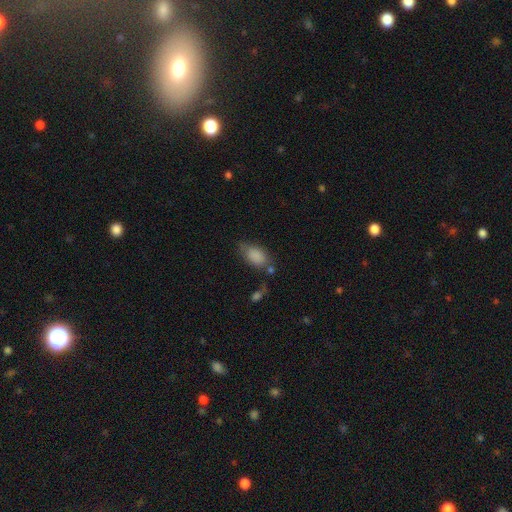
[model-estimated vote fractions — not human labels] smooth 84%, star or artifact 8%, featured or disk 8%. Down the decision tree: how rounded — in between (90%); merging — none (50%).